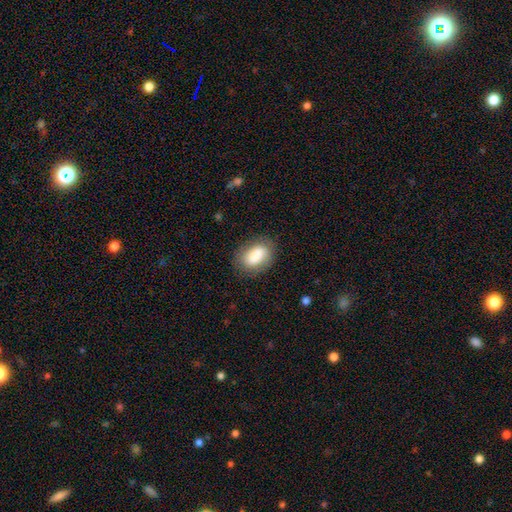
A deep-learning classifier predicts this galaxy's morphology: Overall: smooth (84%). How rounded: in between (87%). Merging: none (80%).